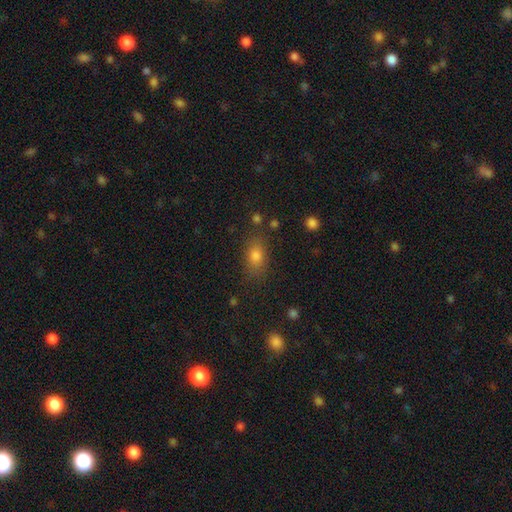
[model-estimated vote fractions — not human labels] Q: Smooth or featured?
A: smooth (77%); runner-up: star or artifact (14%)
Q: How rounded?
A: in between (76%); runner-up: round (18%)
Q: Merging?
A: none (79%); runner-up: minor disturbance (13%)